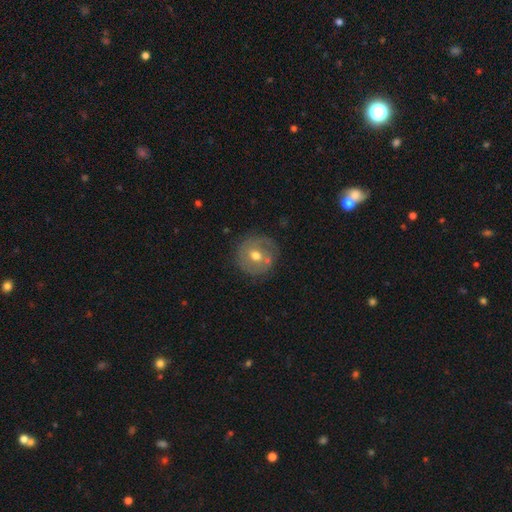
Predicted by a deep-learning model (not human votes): smooth_or_featured: featured or disk (p=0.48) [alt: smooth p=0.44]
merging: none (p=0.74) [alt: minor disturbance p=0.15]